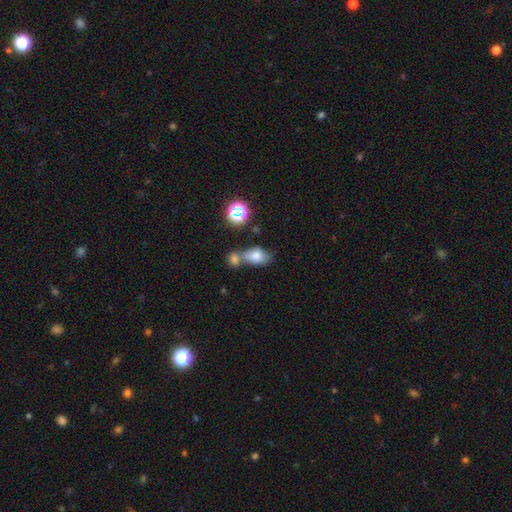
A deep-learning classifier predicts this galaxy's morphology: Smooth or featured: smooth — 74% (featured or disk — 14%)
How rounded: in between — 80% (round — 16%)
Merging: merger — 41% (none — 39%)